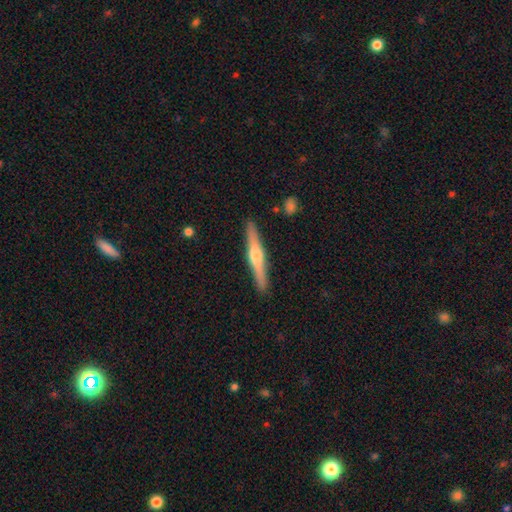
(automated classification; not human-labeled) Smooth or featured?
  - featured or disk: 64% *
  - smooth: 30%
  - star or artifact: 5%
Edge-on disk?
  - yes: 97% *
  - no: 3%
Edge-on bulge?
  - rounded: 87% *
  - none: 7%
  - boxy: 6%
Merging?
  - none: 90% *
  - minor disturbance: 7%
  - major disturbance: 1%
  - merger: 1%